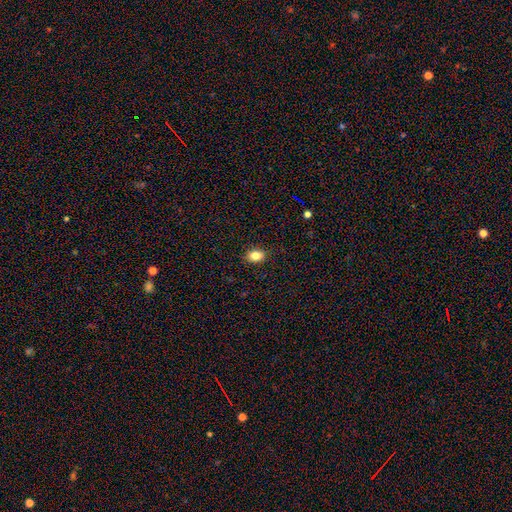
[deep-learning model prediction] Morphology: type=smooth (83%); roundness=in between (68%); merging=none (88%).